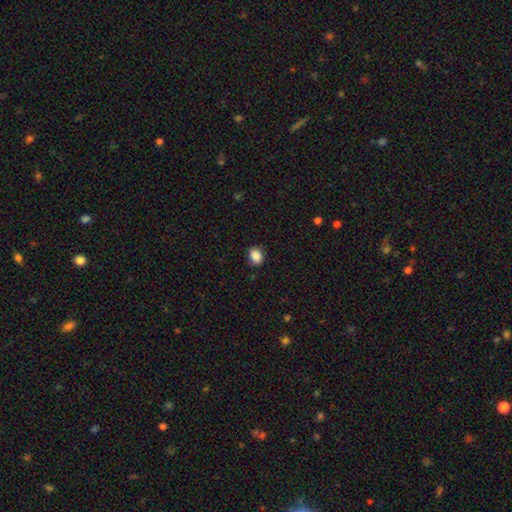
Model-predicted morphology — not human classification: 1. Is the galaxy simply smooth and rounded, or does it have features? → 87% smooth, 9% star or artifact, 4% featured or disk.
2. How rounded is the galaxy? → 50% in between, 49% round, 1% cigar-shaped.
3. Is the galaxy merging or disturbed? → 87% none, 10% minor disturbance, 2% major disturbance, 1% merger.